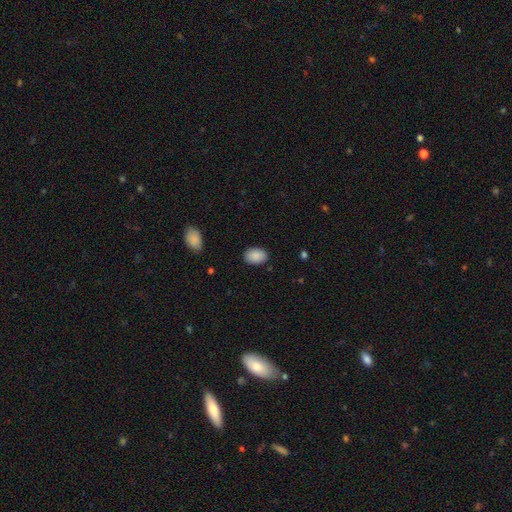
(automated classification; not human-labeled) Morphology: type=smooth (90%); roundness=in between (86%); merging=none (86%).